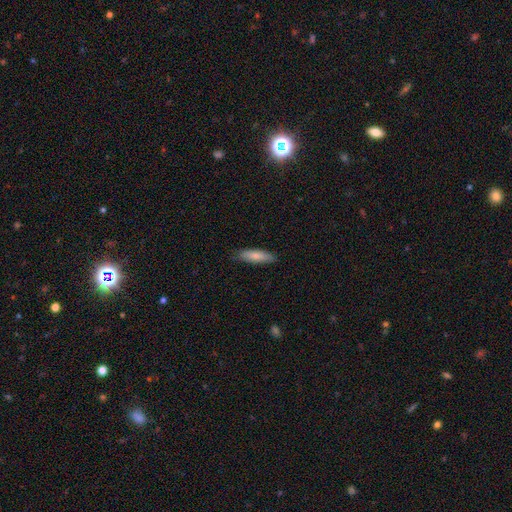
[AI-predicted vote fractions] Smooth or featured?
  - smooth: 79% *
  - featured or disk: 15%
  - star or artifact: 6%
How rounded?
  - cigar-shaped: 61% *
  - in between: 37%
  - round: 2%
Merging?
  - none: 84% *
  - minor disturbance: 13%
  - major disturbance: 2%
  - merger: 1%